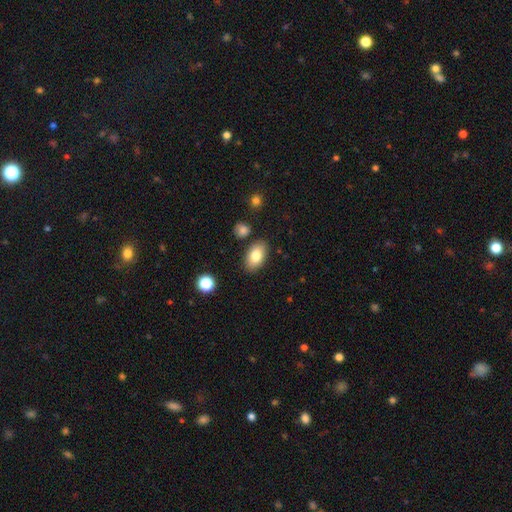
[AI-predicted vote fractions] Morphology: type=smooth (81%); roundness=in between (92%); merging=none (85%).